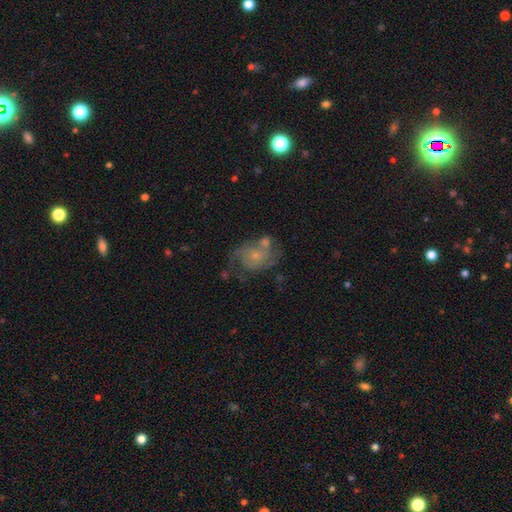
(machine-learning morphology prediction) Smooth or featured? Predicted: featured or disk (p=0.69). Edge-on disk? Predicted: no (p=0.98). Bar? Predicted: no (p=0.78). Spiral arms? Predicted: yes (p=0.84). Spiral winding? Predicted: medium (p=0.44). Spiral arm count? Predicted: 2 (p=0.51). Bulge size? Predicted: small (p=0.67). Merging? Predicted: none (p=0.46).